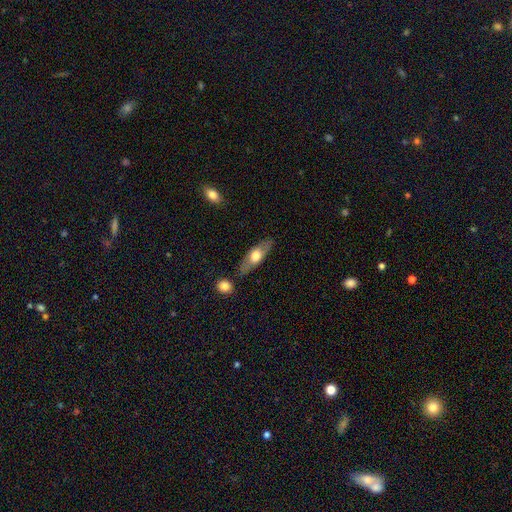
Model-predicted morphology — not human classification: This is possibly a smooth galaxy (53%). How rounded: possibly in between (59%). Merging: clearly none (80%).